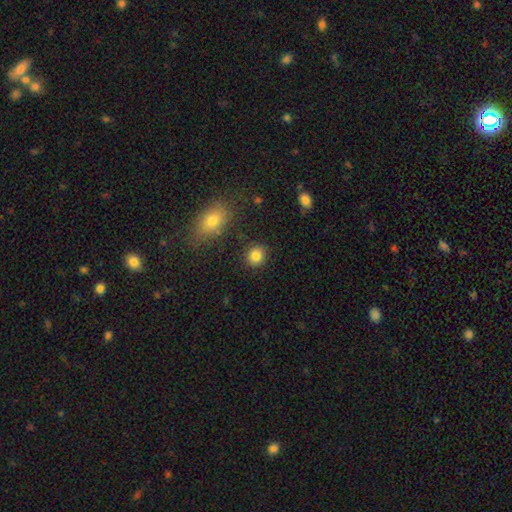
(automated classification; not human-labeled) The model was most divided on "how rounded": round: 80%, in between: 18%, cigar-shaped: 1%. More confident: merging — none (87%); smooth or featured — smooth (85%).